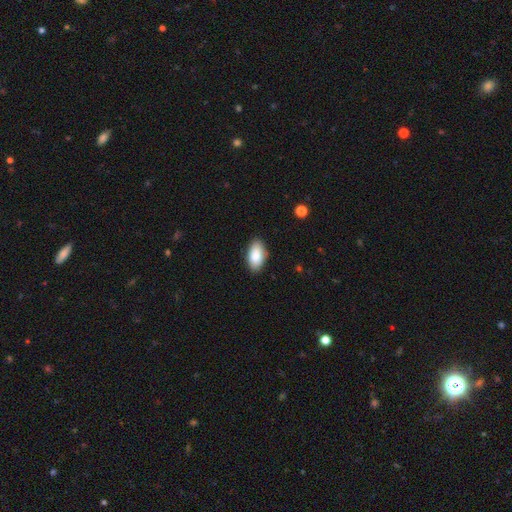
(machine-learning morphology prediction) smooth 88%, star or artifact 6%, featured or disk 6%. Down the decision tree: how rounded — in between (94%); merging — none (85%).